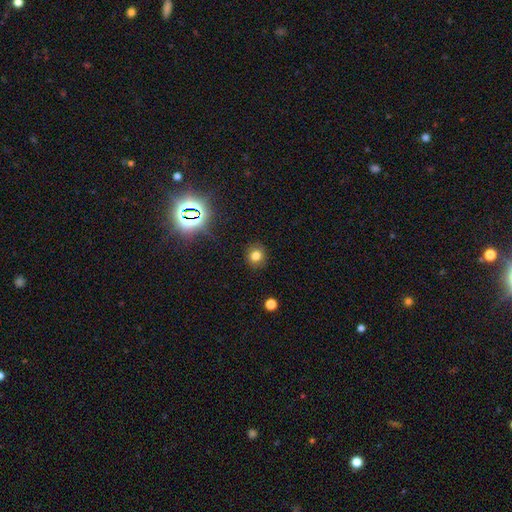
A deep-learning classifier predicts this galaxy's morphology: Smooth or featured? smooth (76%)
How rounded? round (84%)
Merging? none (88%)